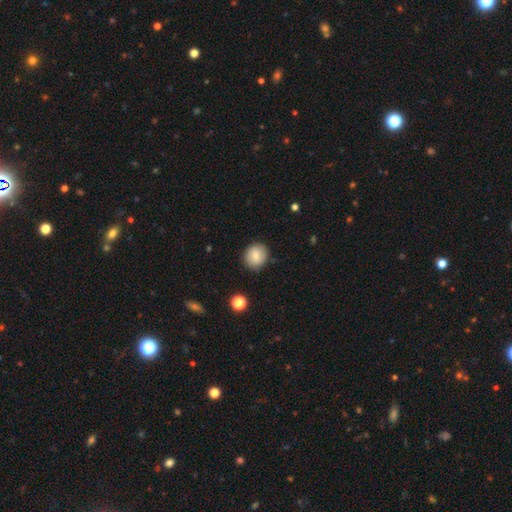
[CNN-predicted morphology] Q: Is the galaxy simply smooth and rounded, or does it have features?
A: smooth — 81%.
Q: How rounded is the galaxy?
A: round — 84%.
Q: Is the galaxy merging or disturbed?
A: none — 85%.